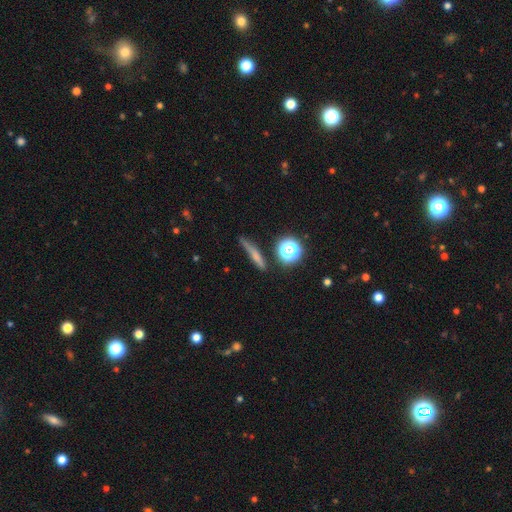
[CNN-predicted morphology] smooth-or-featured: smooth: 60% | featured or disk: 26% | star or artifact: 15%
  how-rounded: cigar-shaped: 76% | round: 13% | in between: 10%
  merging: none: 72% | minor disturbance: 18% | major disturbance: 5% | merger: 4%